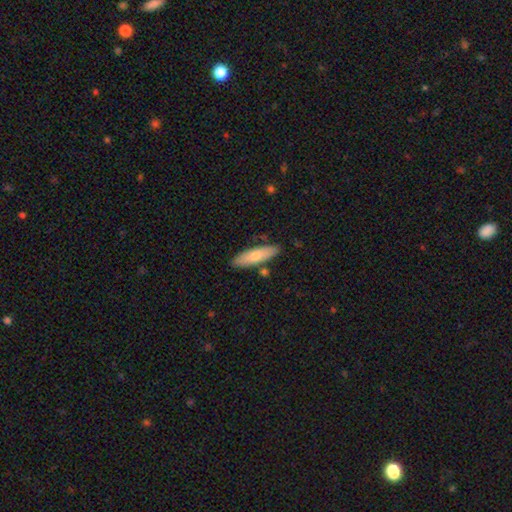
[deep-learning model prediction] A smooth galaxy with no disk features (74%) that is cigar-shaped (59%). Merging: none (83%).